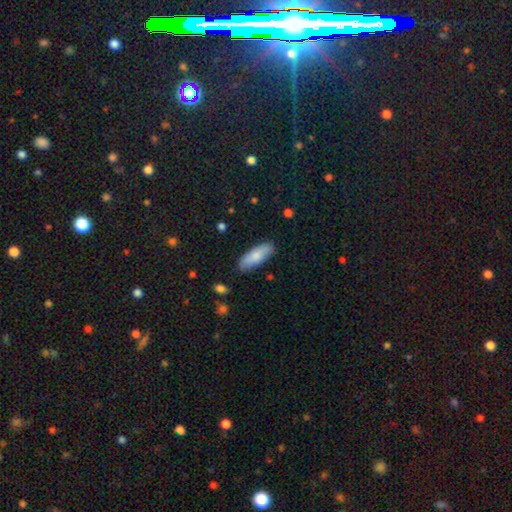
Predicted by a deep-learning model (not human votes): smooth_or_featured: smooth (p=0.79) [alt: featured or disk p=0.16]
how_rounded: in between (p=0.72) [alt: cigar-shaped p=0.27]
merging: none (p=0.82) [alt: minor disturbance p=0.14]